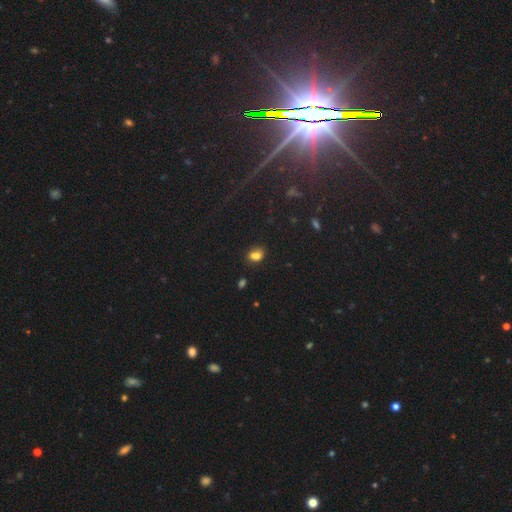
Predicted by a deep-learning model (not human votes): Morphology: type=smooth (75%); roundness=in between (69%); merging=none (51%).